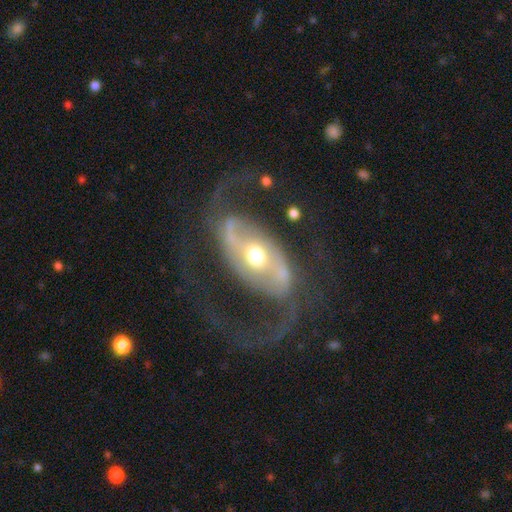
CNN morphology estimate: Smooth or featured? featured or disk (85%)
Edge-on disk? no (94%)
Bar? no (38%)
Spiral arms? yes (89%)
Spiral winding? loose (50%)
Spiral arm count? 2 (90%)
Bulge size? moderate (73%)
Merging? none (62%)